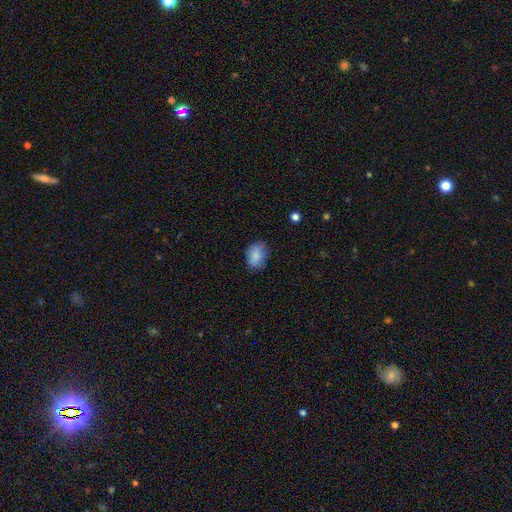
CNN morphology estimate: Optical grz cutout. It shows a smooth galaxy with no disk features (85%) that is in between round and cigar-shaped (79%). Merging: none (71%).